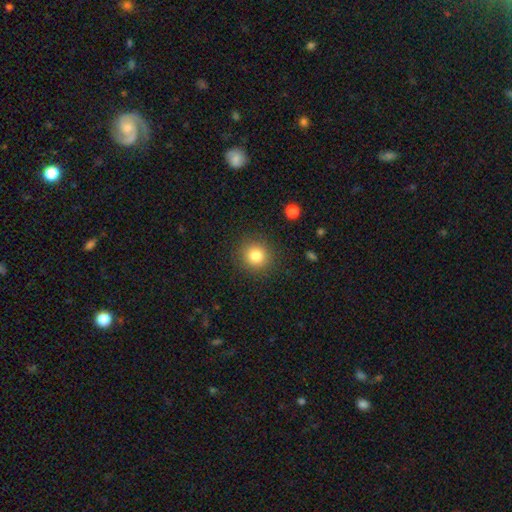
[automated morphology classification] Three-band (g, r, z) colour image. It shows a smooth galaxy with no disk features (83%) that is round (91%). Merging: none (88%).